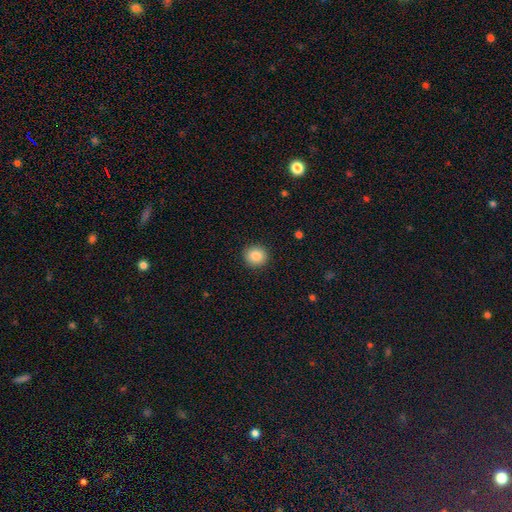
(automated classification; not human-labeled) A smooth galaxy with no disk features (87%) that is round (86%).

Vote fractions:
- Smooth or featured? smooth: 87% / star or artifact: 9% / featured or disk: 4%
- How rounded? round: 86% / in between: 13% / cigar-shaped: 1%
- Merging? none: 91% / minor disturbance: 6% / major disturbance: 2% / merger: 1%